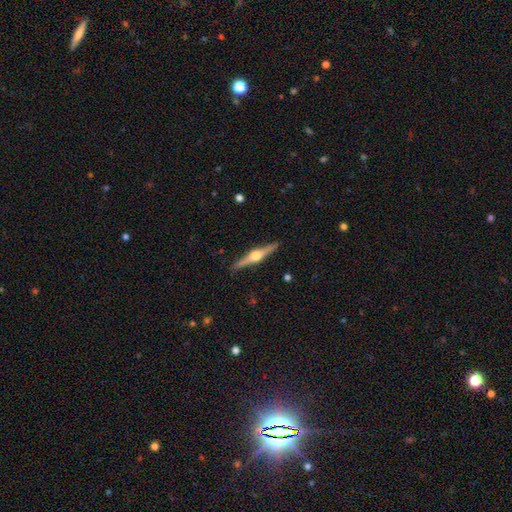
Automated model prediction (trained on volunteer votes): smooth-or-featured: featured or disk: 81% | smooth: 14% | star or artifact: 5%
  disk-edge-on: yes: 98% | no: 2%
    edge-on-bulge: rounded: 96% | boxy: 3% | none: 1%
  merging: none: 91% | minor disturbance: 6% | major disturbance: 1% | merger: 1%